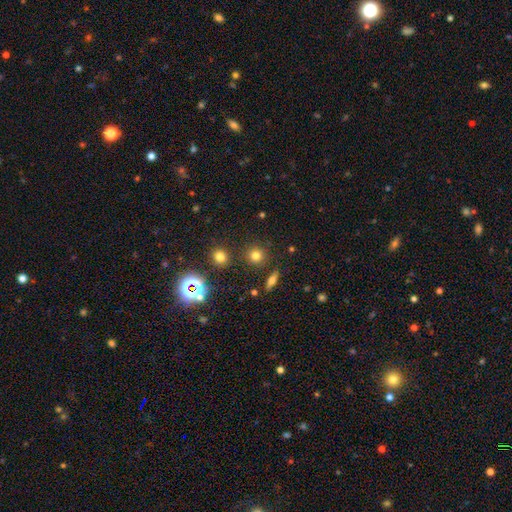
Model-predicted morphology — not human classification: This appears to be a smooth galaxy with no disk features (72%) that is round (91%). Merging: none (86%).